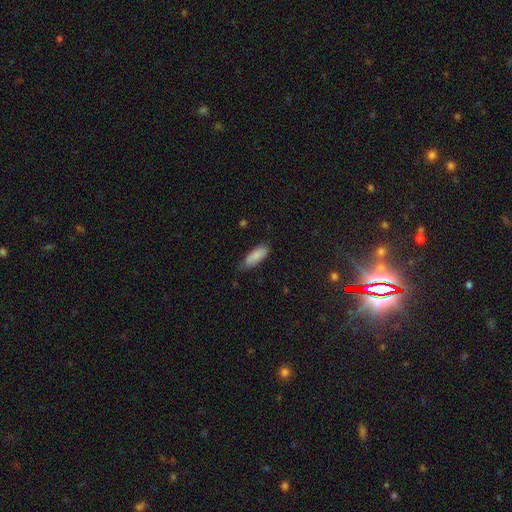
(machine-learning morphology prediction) A smooth galaxy with no disk features (87%) that is in between round and cigar-shaped (73%). Merging: none (68%).